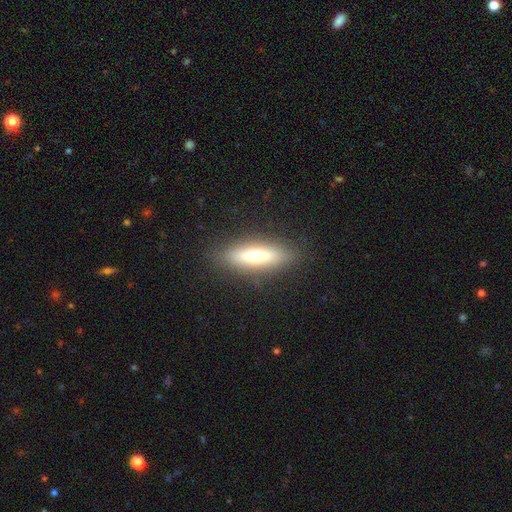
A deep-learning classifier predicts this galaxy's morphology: Smooth or featured?
  - smooth: 61% *
  - featured or disk: 32%
  - star or artifact: 7%
How rounded?
  - cigar-shaped: 59% *
  - in between: 39%
  - round: 2%
Merging?
  - none: 87% *
  - minor disturbance: 9%
  - major disturbance: 3%
  - merger: 1%